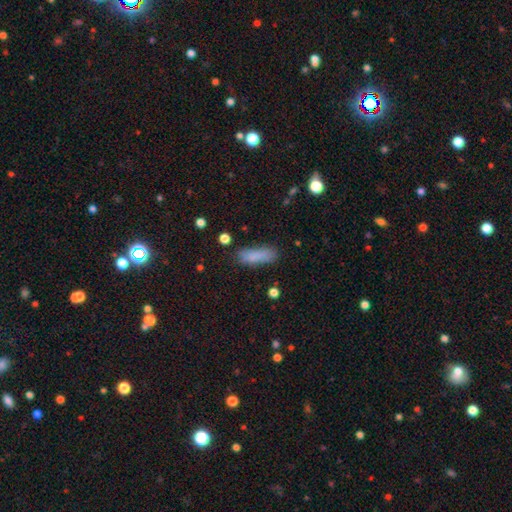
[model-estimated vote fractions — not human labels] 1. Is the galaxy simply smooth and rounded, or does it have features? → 85% smooth, 8% star or artifact, 7% featured or disk.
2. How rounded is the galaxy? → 51% in between, 46% cigar-shaped, 2% round.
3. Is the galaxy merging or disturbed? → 74% none, 18% minor disturbance, 5% major disturbance, 3% merger.